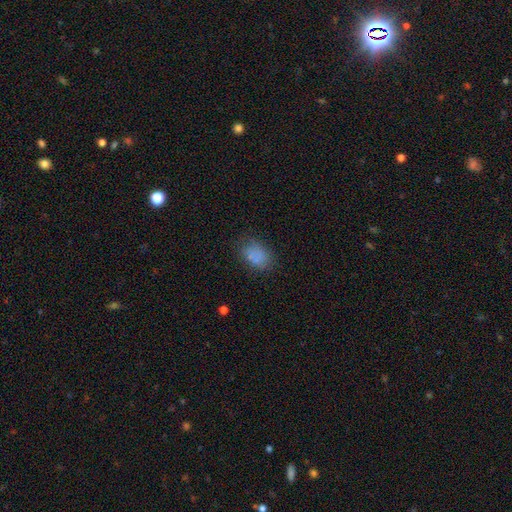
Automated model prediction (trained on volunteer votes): A smooth galaxy with no disk features (77%) that is in between round and cigar-shaped (79%). Merging: none (68%).